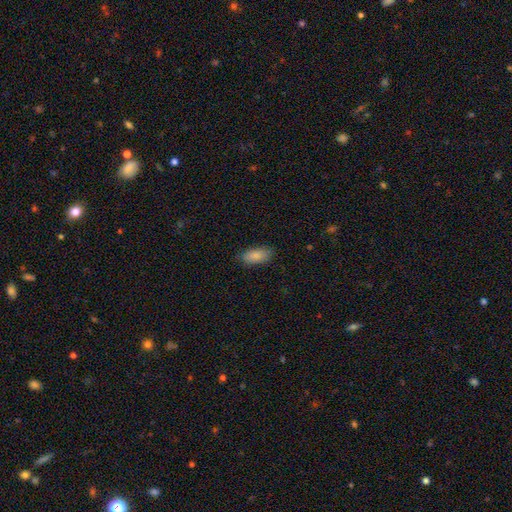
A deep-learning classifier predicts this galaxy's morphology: Smooth or featured? smooth (87%)
How rounded? in between (89%)
Merging? none (84%)